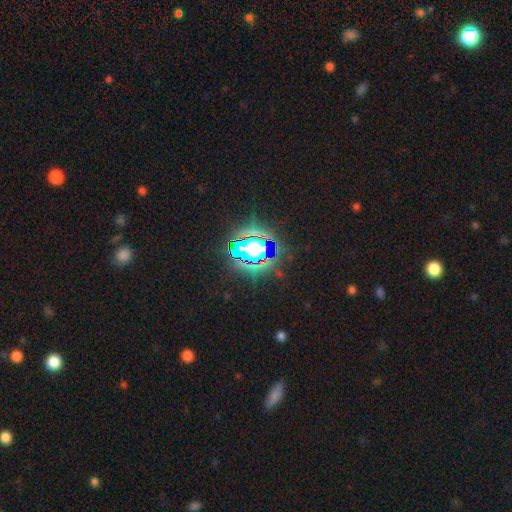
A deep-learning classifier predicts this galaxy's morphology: Overall: star or artifact (74%).